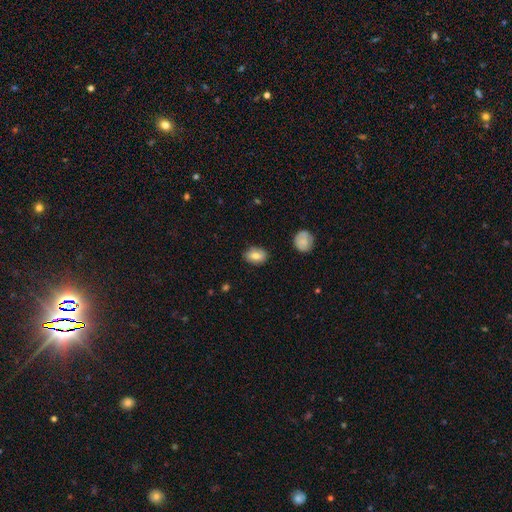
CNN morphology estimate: The model was most divided on "how rounded": in between: 78%, round: 20%, cigar-shaped: 2%. More confident: merging — none (82%); smooth or featured — smooth (77%).